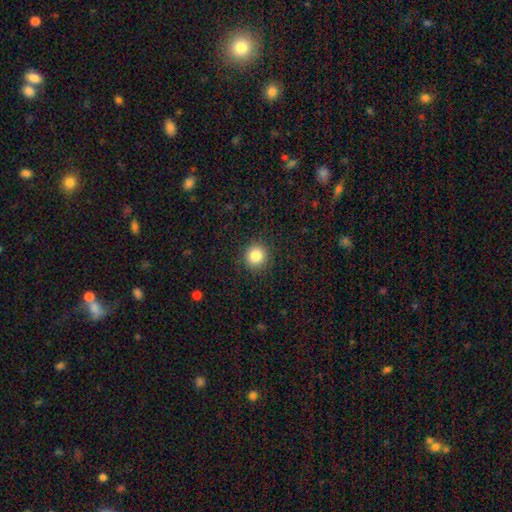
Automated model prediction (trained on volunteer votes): Smooth or featured?
  - smooth: 84% *
  - star or artifact: 11%
  - featured or disk: 6%
How rounded?
  - round: 92% *
  - in between: 7%
  - cigar-shaped: 1%
Merging?
  - none: 91% *
  - minor disturbance: 6%
  - major disturbance: 2%
  - merger: 1%